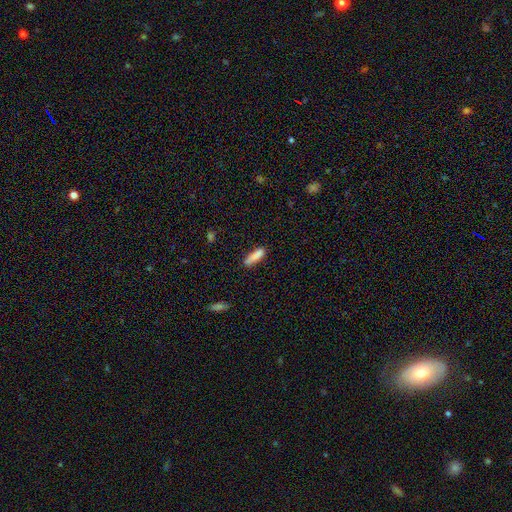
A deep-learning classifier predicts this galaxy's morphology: A smooth galaxy with no disk features (86%) that is cigar-shaped (64%).

Vote fractions:
- Smooth or featured? smooth: 86% / star or artifact: 7% / featured or disk: 7%
- How rounded? cigar-shaped: 64% / in between: 34% / round: 2%
- Merging? none: 78% / minor disturbance: 16% / major disturbance: 3% / merger: 2%